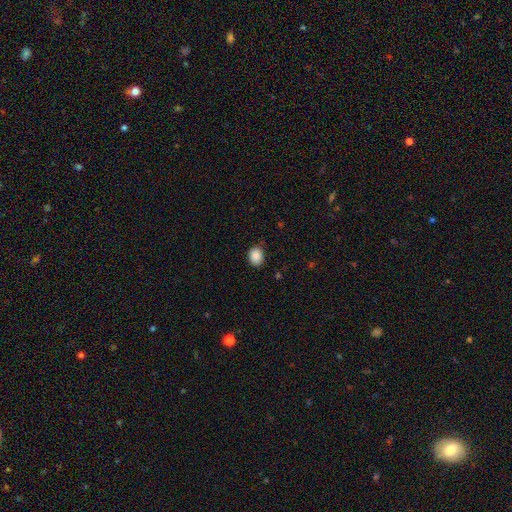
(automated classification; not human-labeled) smooth 89%, star or artifact 8%, featured or disk 3%. Down the decision tree: how rounded — in between (55%); merging — none (79%).